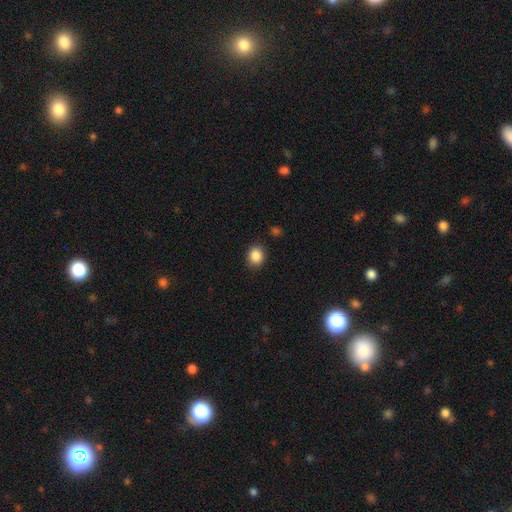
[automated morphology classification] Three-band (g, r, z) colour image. It shows a smooth galaxy with no disk features (87%) that is round (63%). Merging: none (87%).